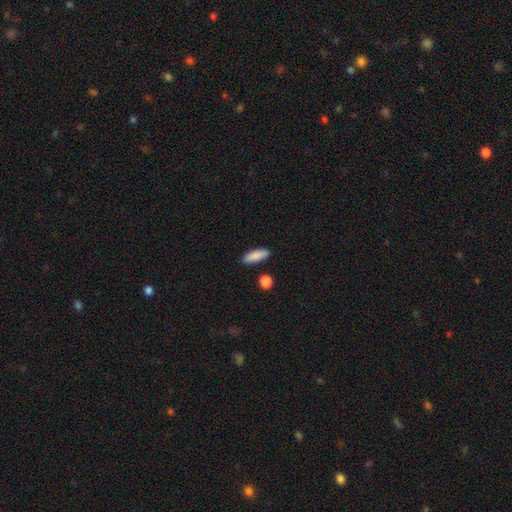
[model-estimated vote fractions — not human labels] Morphology: type=smooth (88%); roundness=in between (62%); merging=none (87%).